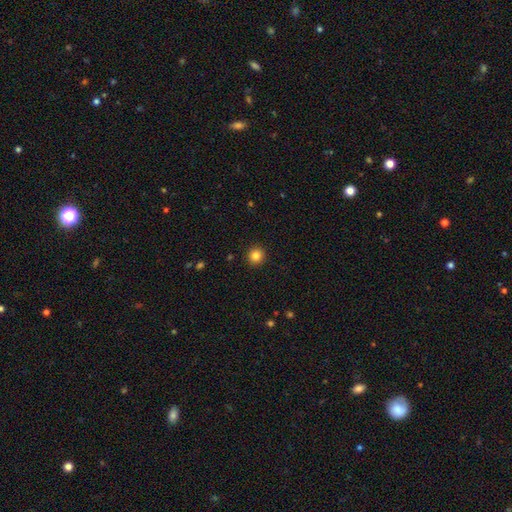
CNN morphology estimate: smooth 84%, star or artifact 11%, featured or disk 5%. Down the decision tree: how rounded — round (94%); merging — none (93%).